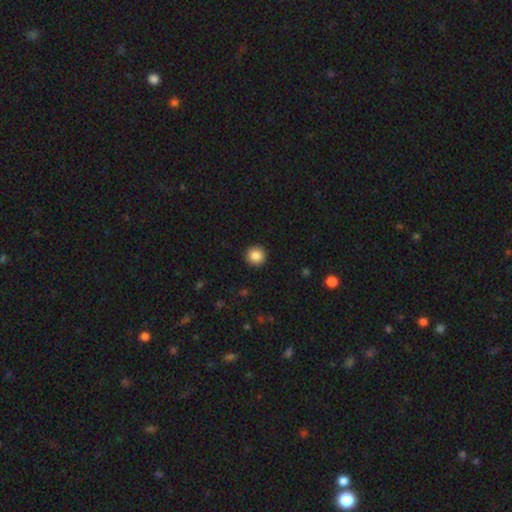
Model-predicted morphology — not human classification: The model was most divided on "smooth or featured": smooth: 87%, star or artifact: 9%, featured or disk: 4%. More confident: how rounded — round (96%); merging — none (93%).